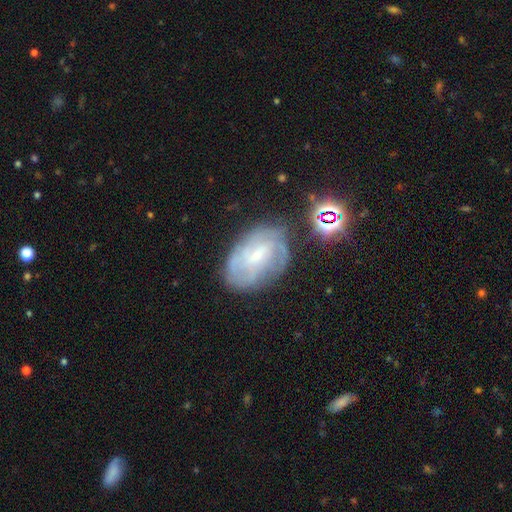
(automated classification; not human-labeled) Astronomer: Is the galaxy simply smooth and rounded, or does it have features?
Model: featured or disk — 69%.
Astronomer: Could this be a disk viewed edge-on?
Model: no — 96%.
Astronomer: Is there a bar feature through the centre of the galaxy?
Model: weak — 49% (runner-up: no, 39%).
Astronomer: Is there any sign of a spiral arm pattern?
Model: yes — 85%.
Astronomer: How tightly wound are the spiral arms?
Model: tight — 54% (runner-up: medium, 34%).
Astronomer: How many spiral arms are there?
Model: can't tell — 50%.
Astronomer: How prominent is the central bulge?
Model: small — 57%.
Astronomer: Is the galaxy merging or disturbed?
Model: none — 63%.